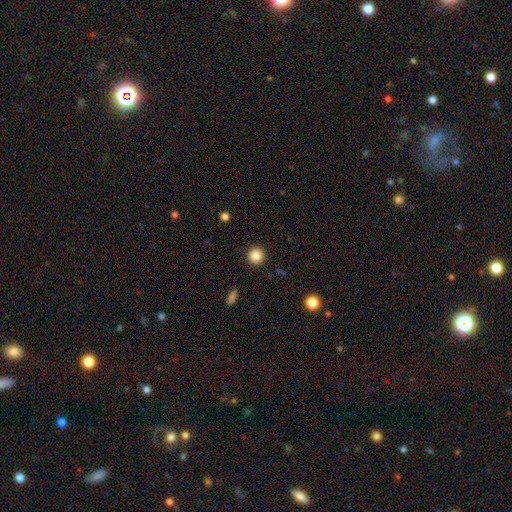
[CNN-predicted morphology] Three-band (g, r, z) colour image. It shows a smooth galaxy with no disk features (86%) that is round (95%). Merging: none (92%).